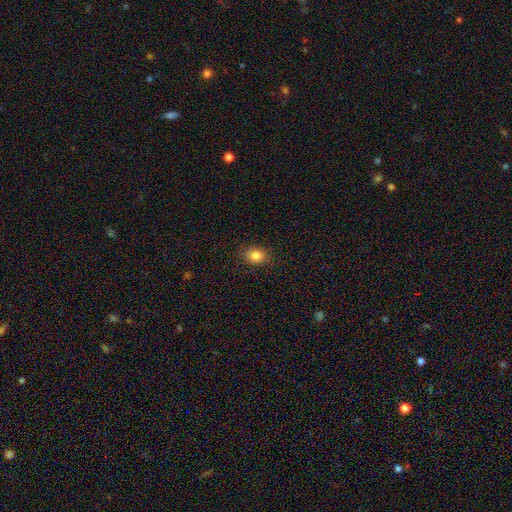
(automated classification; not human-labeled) Smooth or featured? Predicted: smooth (p=0.83). How rounded? Predicted: in between (p=0.57). Merging? Predicted: none (p=0.86).